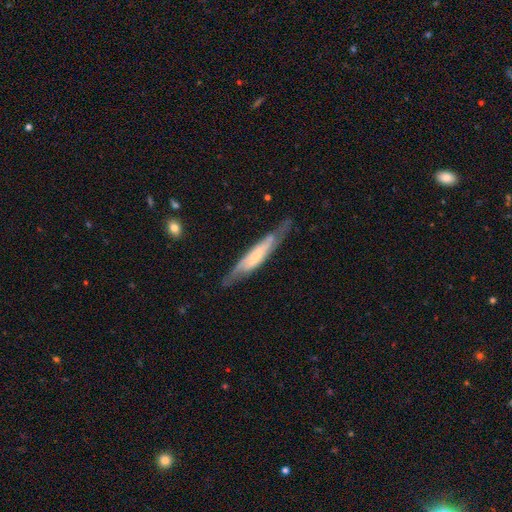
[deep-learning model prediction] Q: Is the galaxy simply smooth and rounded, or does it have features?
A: featured or disk — 62%.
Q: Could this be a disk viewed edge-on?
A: yes — 72%.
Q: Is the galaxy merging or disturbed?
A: none — 71%.